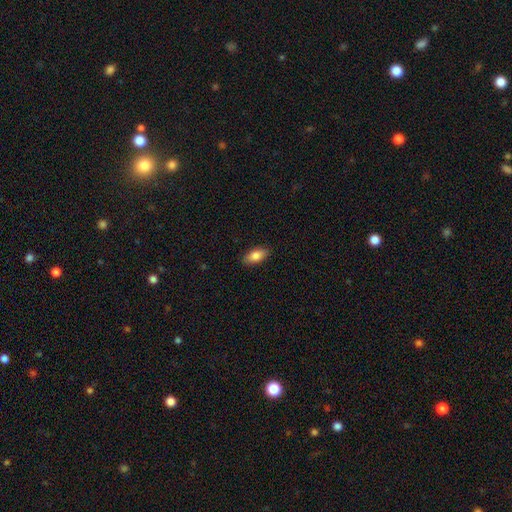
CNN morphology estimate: This is clearly a smooth galaxy (84%). How rounded: clearly in between (88%). Merging: clearly none (88%).